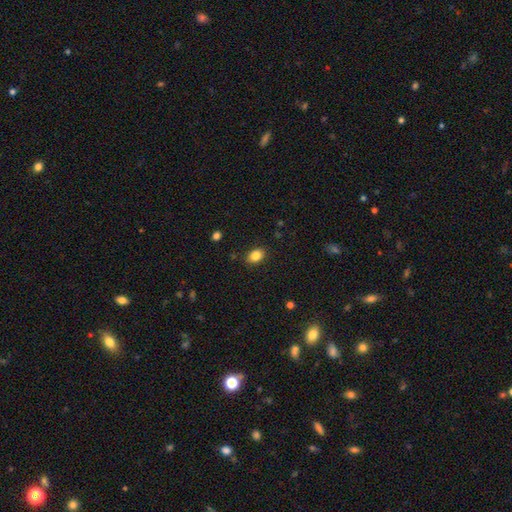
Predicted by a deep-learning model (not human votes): smooth 84%, star or artifact 9%, featured or disk 7%. Down the decision tree: how rounded — in between (74%); merging — none (87%).